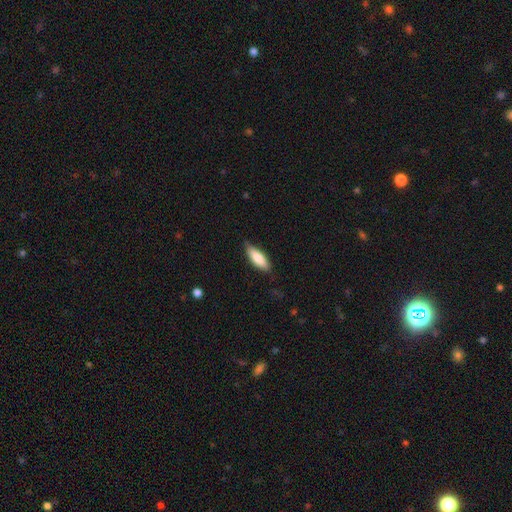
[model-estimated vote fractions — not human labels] Smooth or featured: smooth — 81% (featured or disk — 14%)
How rounded: in between — 62% (cigar-shaped — 37%)
Merging: none — 80% (minor disturbance — 16%)